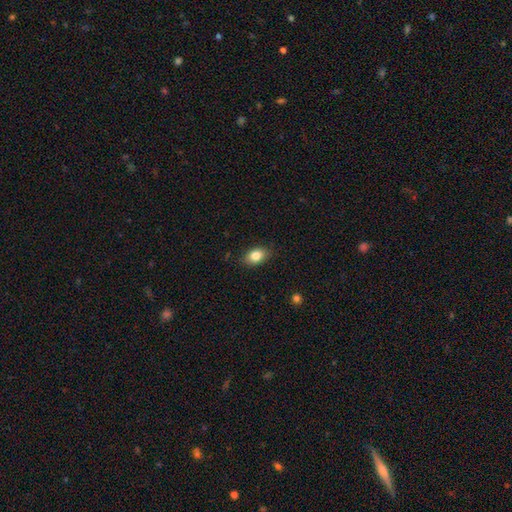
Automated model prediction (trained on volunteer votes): This appears to be a smooth galaxy with no disk features (83%) that is in between round and cigar-shaped (83%). Merging: none (85%).